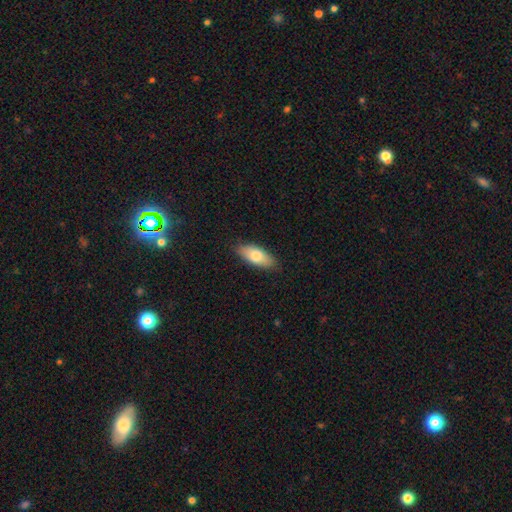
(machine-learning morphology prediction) smooth-or-featured: smooth: 75% | featured or disk: 19% | star or artifact: 6%
  how-rounded: in between: 81% | cigar-shaped: 16% | round: 3%
  merging: none: 87% | minor disturbance: 10% | major disturbance: 2% | merger: 1%